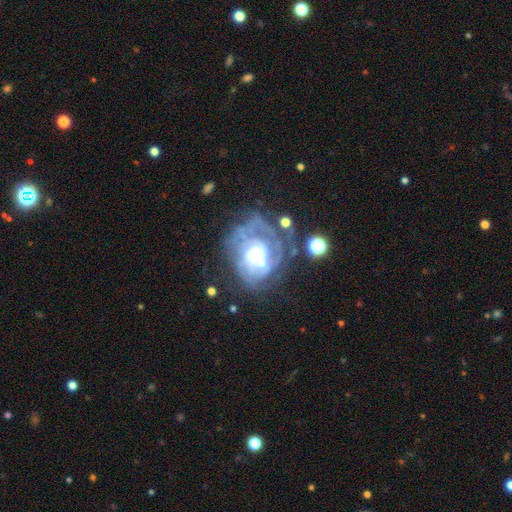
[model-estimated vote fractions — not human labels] smooth-or-featured: featured or disk: 78% | smooth: 13% | star or artifact: 9%
  disk-edge-on: no: 97% | yes: 3%
    bar: no: 69% | weak: 24% | strong: 7%
    has-spiral-arms: yes: 78% | no: 22%
      spiral-winding: tight: 54% | medium: 31% | loose: 14%
      spiral-arm-count: can't tell: 47% | 2: 21% | 3: 13% | 1: 9% | 4: 6% | more than 4: 5%
    bulge-size: moderate: 56% | large: 30% | small: 9% | dominant: 3% | none: 2%
  merging: none: 39% | major disturbance: 32% | minor disturbance: 20% | merger: 9%